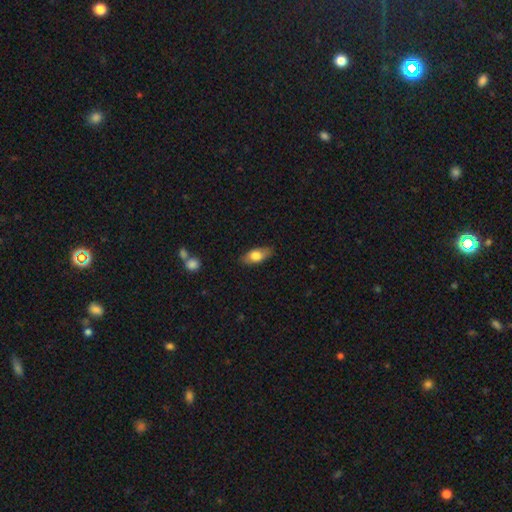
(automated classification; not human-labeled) Smooth or featured?
  - smooth: 72% *
  - featured or disk: 21%
  - star or artifact: 7%
How rounded?
  - in between: 84% *
  - cigar-shaped: 12%
  - round: 5%
Merging?
  - none: 81% *
  - minor disturbance: 14%
  - major disturbance: 3%
  - merger: 1%